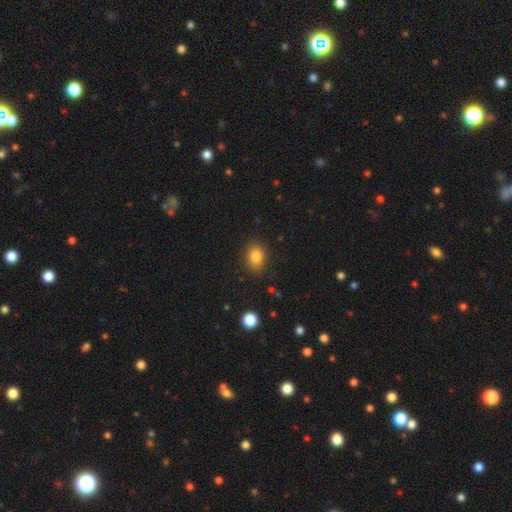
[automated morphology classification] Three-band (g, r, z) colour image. It shows a smooth galaxy with no disk features (84%) that is in between round and cigar-shaped (64%). Merging: none (84%).